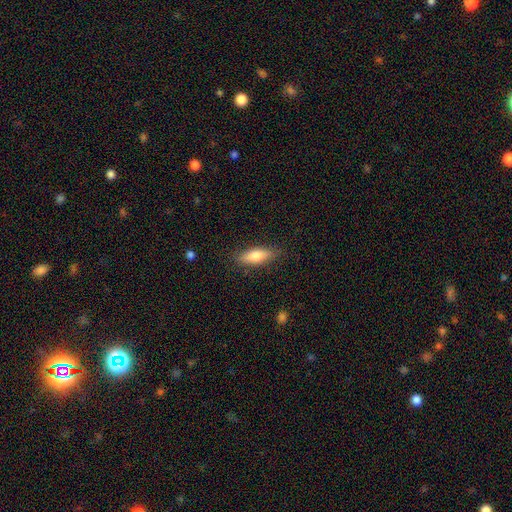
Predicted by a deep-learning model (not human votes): Smooth or featured: smooth — 73% (featured or disk — 20%)
How rounded: in between — 56% (cigar-shaped — 41%)
Merging: none — 85% (minor disturbance — 11%)